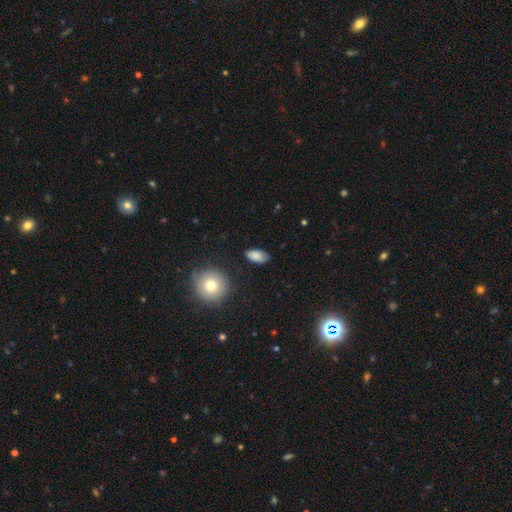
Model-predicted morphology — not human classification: Q: Smooth or featured?
A: smooth (81%); runner-up: featured or disk (11%)
Q: How rounded?
A: in between (92%); runner-up: round (5%)
Q: Merging?
A: none (81%); runner-up: minor disturbance (15%)